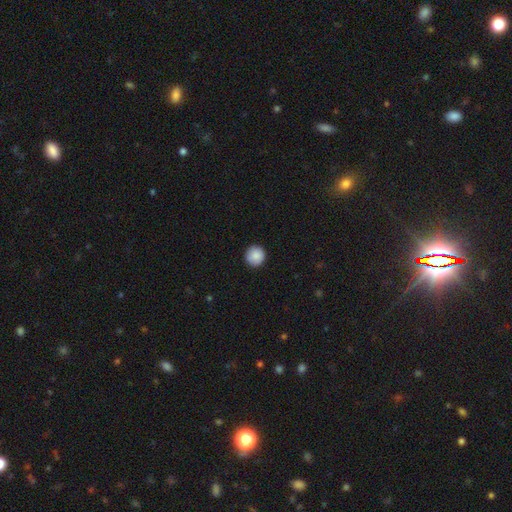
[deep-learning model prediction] Overall: smooth (88%). How rounded: round (95%). Merging: none (91%).